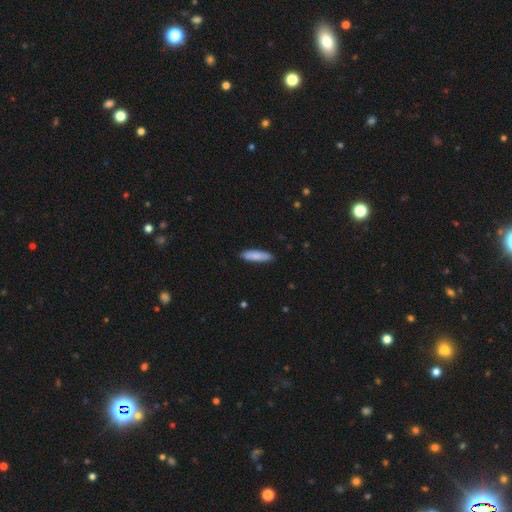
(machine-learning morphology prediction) Smooth or featured?
  - smooth: 83% *
  - featured or disk: 12%
  - star or artifact: 5%
How rounded?
  - cigar-shaped: 71% *
  - in between: 28%
  - round: 1%
Merging?
  - none: 87% *
  - minor disturbance: 10%
  - major disturbance: 2%
  - merger: 1%